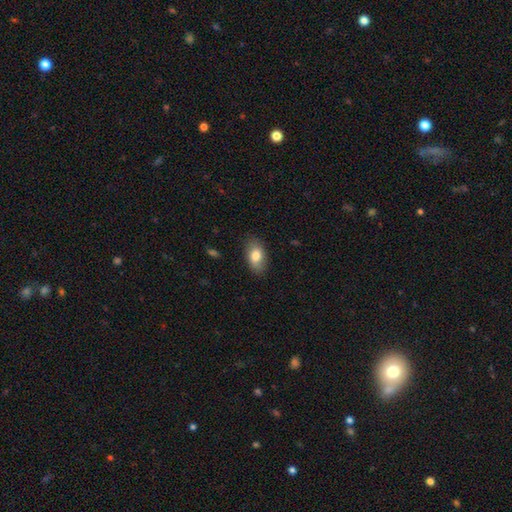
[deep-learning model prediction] Smooth or featured: smooth — 82% (featured or disk — 11%)
How rounded: in between — 91% (round — 6%)
Merging: none — 85% (minor disturbance — 12%)